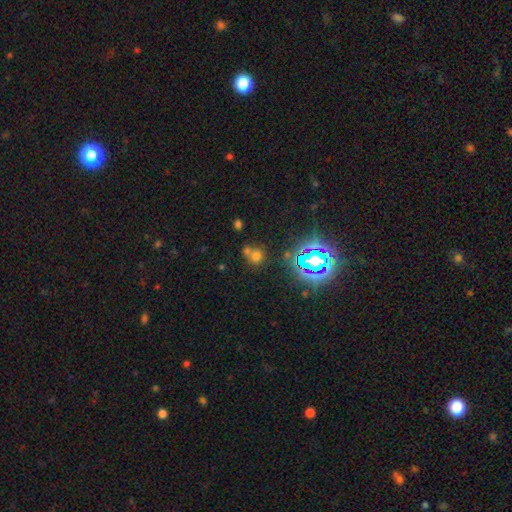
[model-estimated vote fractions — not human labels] Overall: smooth (57%; star or artifact 32%). How rounded: round (77%). Merging: none (47%; merger 39%).